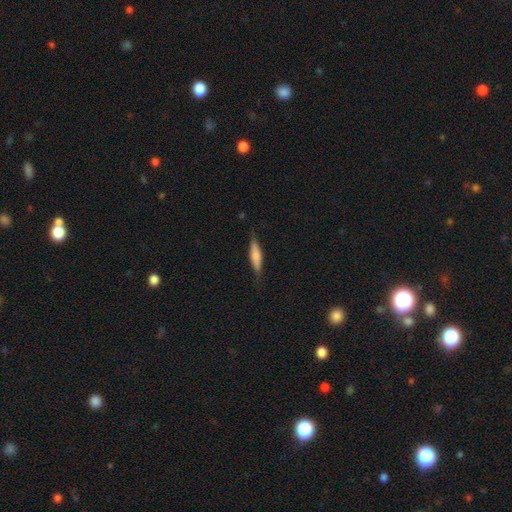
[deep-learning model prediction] Smooth or featured?
  - smooth: 67% *
  - featured or disk: 27%
  - star or artifact: 6%
How rounded?
  - cigar-shaped: 76% *
  - in between: 22%
  - round: 2%
Merging?
  - none: 81% *
  - minor disturbance: 15%
  - major disturbance: 3%
  - merger: 1%